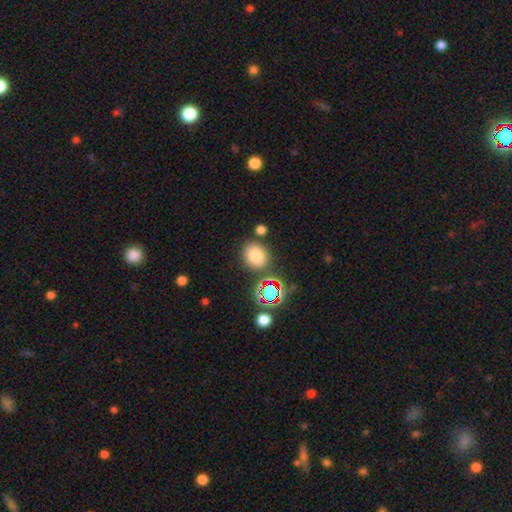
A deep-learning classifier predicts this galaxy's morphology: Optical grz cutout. It shows a smooth galaxy with no disk features (76%) that is round (64%). Merging: none (78%).